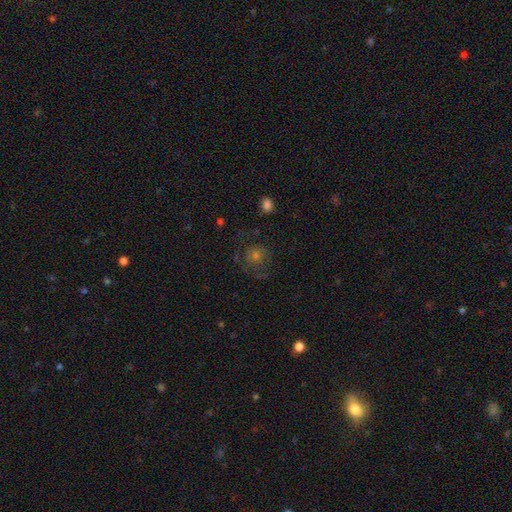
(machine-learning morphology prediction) smooth 44%, featured or disk 34%, star or artifact 22%. Down the decision tree: merging — none (67%).